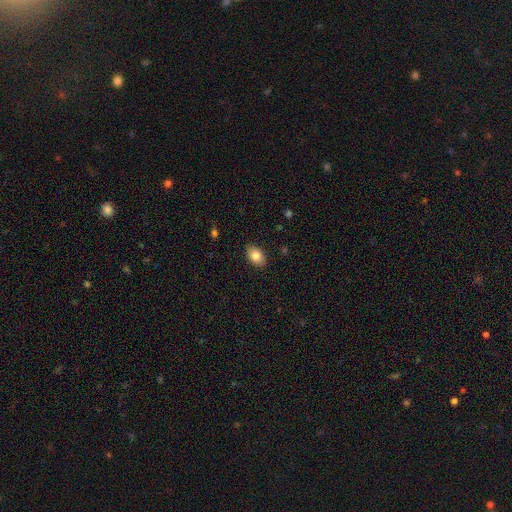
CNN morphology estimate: A smooth galaxy with no disk features (84%) that is in between round and cigar-shaped (88%). Merging: none (88%).